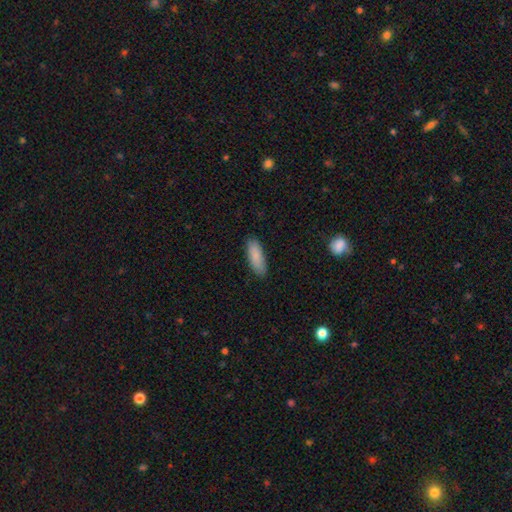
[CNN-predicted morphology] Overall: smooth (87%). How rounded: in between (63%; cigar-shaped 35%). Merging: none (85%).